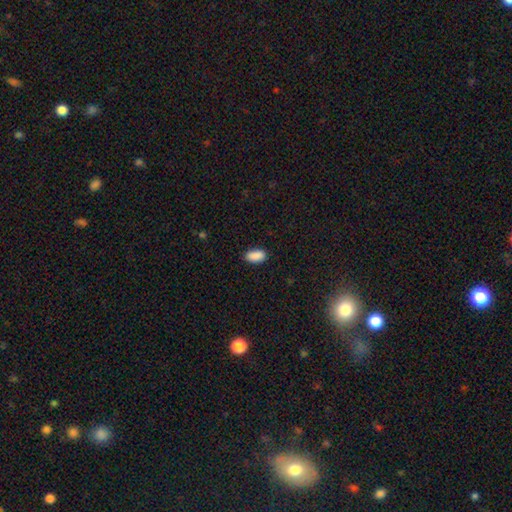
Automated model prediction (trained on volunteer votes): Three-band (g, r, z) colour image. It shows a smooth galaxy with no disk features (90%) that is in between round and cigar-shaped (92%). Merging: none (85%).